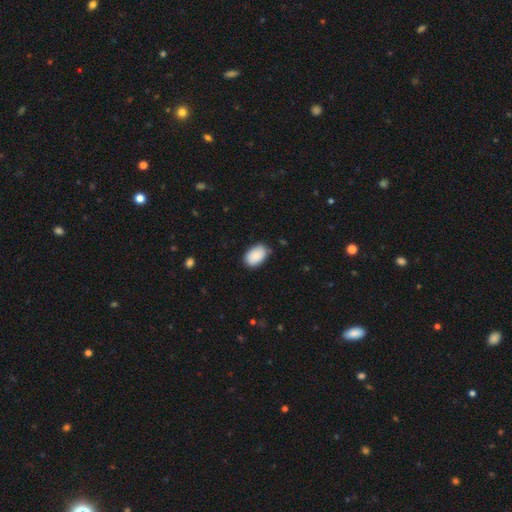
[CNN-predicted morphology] type=smooth (90%); roundness=in between (91%); merging=none (82%).